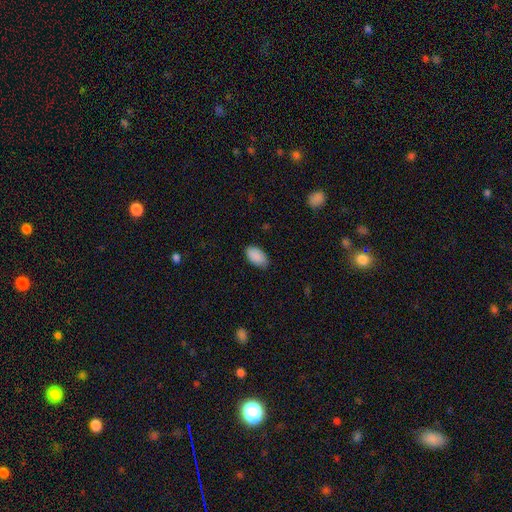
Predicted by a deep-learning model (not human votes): smooth-or-featured: smooth: 90% | star or artifact: 6% | featured or disk: 3%
  how-rounded: in between: 94% | round: 4% | cigar-shaped: 2%
  merging: none: 80% | minor disturbance: 16% | major disturbance: 3% | merger: 1%